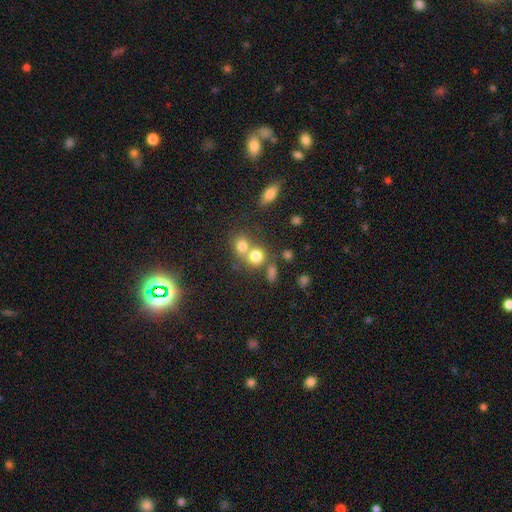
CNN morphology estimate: A smooth galaxy with no disk features (76%) that is round (79%). Merging: merger (47%).